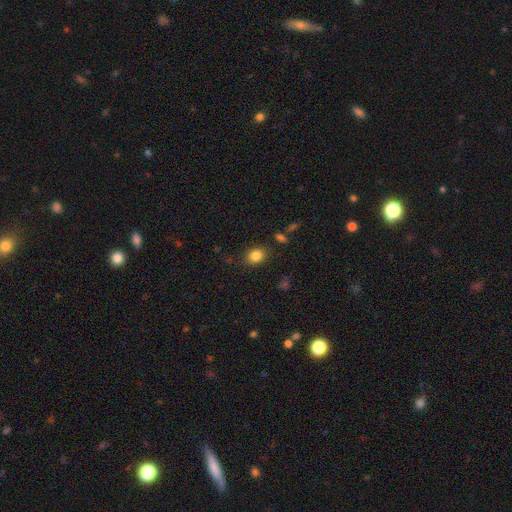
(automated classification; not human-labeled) Q: Smooth or featured?
A: smooth (83%); runner-up: star or artifact (11%)
Q: How rounded?
A: in between (52%); runner-up: round (47%)
Q: Merging?
A: none (82%); runner-up: minor disturbance (12%)